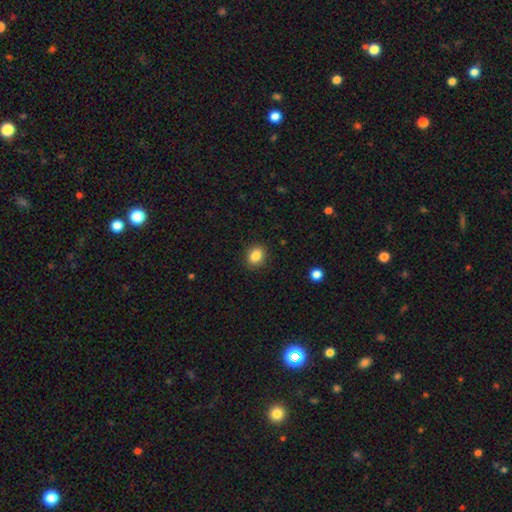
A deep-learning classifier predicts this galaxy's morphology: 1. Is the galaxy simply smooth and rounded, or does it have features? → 86% smooth, 10% star or artifact, 5% featured or disk.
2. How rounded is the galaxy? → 57% round, 42% in between, 1% cigar-shaped.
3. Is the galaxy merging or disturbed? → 90% none, 7% minor disturbance, 2% major disturbance, 1% merger.